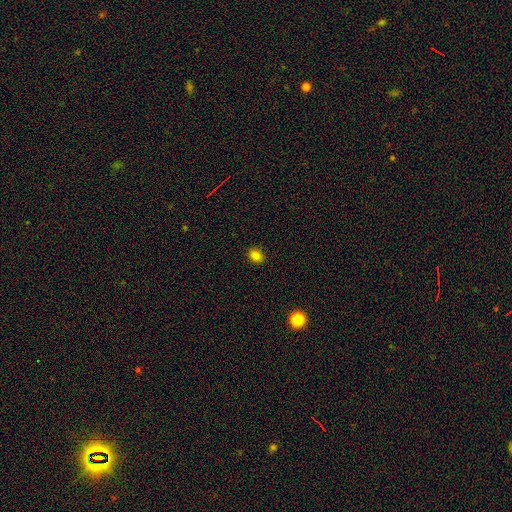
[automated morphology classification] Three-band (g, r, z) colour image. It shows a smooth galaxy with no disk features (81%) that is round (56%). Merging: none (89%).